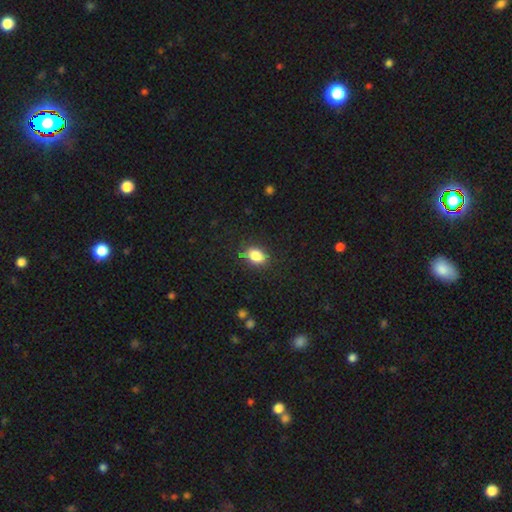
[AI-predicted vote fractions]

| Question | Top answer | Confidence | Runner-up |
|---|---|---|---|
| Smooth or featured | smooth | 85% | star or artifact (9%) |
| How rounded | in between | 77% | round (21%) |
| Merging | none | 79% | minor disturbance (16%) |